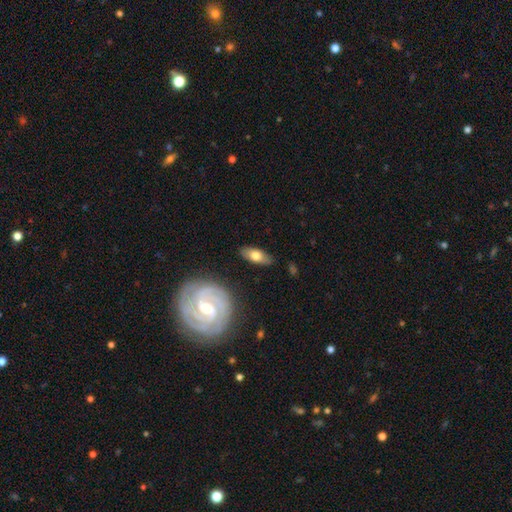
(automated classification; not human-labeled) Smooth or featured?
  - smooth: 58% *
  - featured or disk: 36%
  - star or artifact: 6%
How rounded?
  - in between: 78% *
  - cigar-shaped: 18%
  - round: 4%
Merging?
  - none: 82% *
  - minor disturbance: 13%
  - major disturbance: 3%
  - merger: 2%